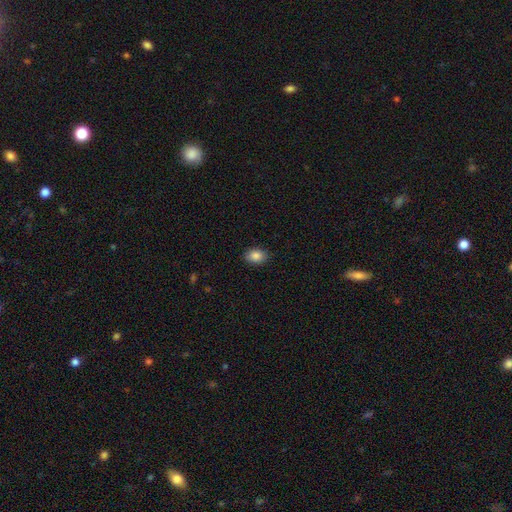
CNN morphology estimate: This is clearly a smooth galaxy (86%). How rounded: likely in between (77%). Merging: clearly none (88%).